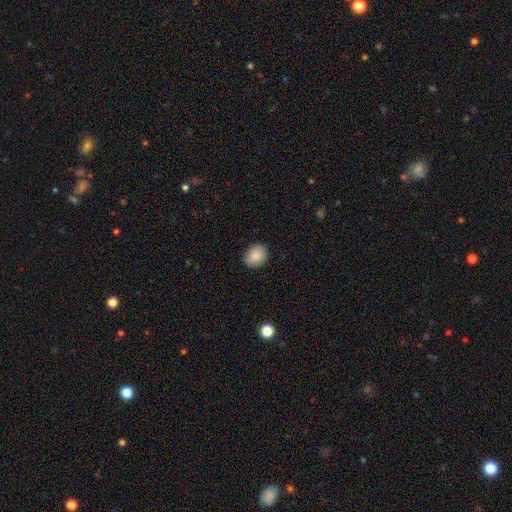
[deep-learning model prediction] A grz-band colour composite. It shows a smooth galaxy with no disk features (87%) that is round (63%). Merging: none (86%).